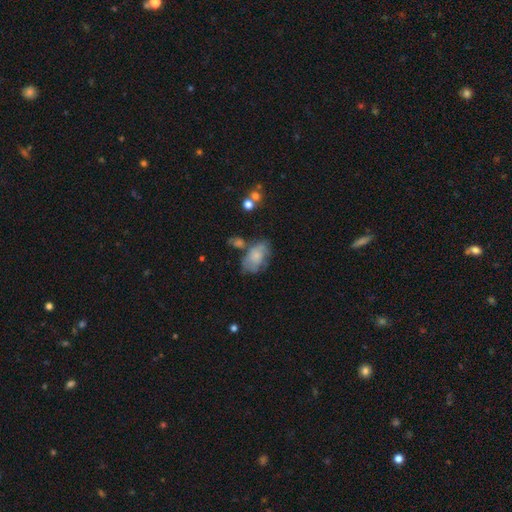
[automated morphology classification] Q: Smooth or featured?
A: smooth (56%); runner-up: featured or disk (35%)
Q: How rounded?
A: in between (88%); runner-up: round (10%)
Q: Merging?
A: none (44%); runner-up: minor disturbance (28%)